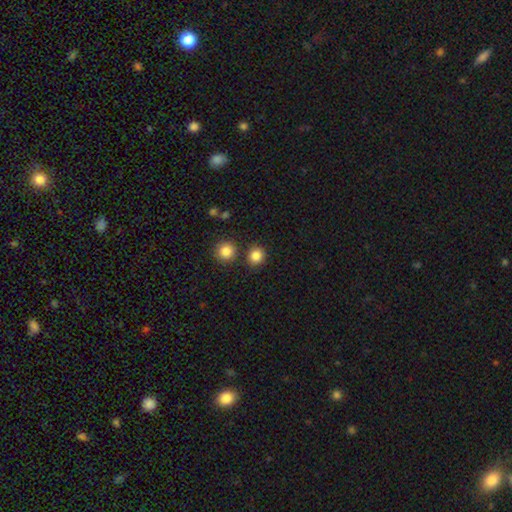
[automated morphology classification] Smooth or featured? Predicted: smooth (p=0.84). How rounded? Predicted: round (p=0.88). Merging? Predicted: none (p=0.82).